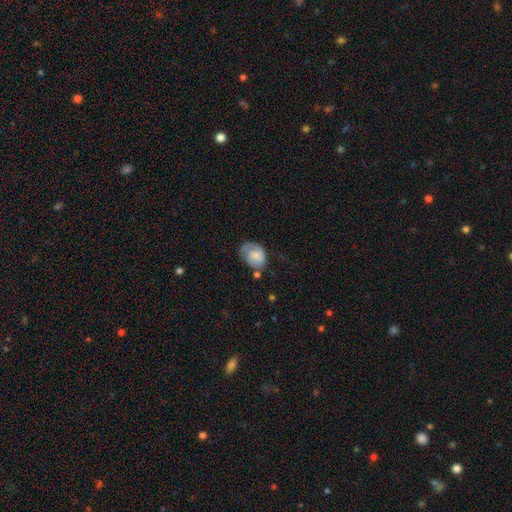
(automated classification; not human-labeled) smooth_or_featured: smooth (p=0.54) [alt: featured or disk p=0.38]
how_rounded: in between (p=0.68) [alt: round p=0.31]
merging: none (p=0.44) [alt: minor disturbance p=0.32]